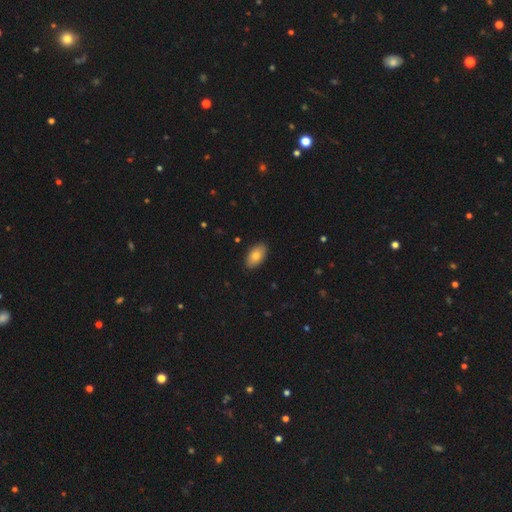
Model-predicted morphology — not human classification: The model was most divided on "smooth or featured": smooth: 79%, featured or disk: 14%, star or artifact: 7%. More confident: how rounded — in between (94%); merging — none (88%).